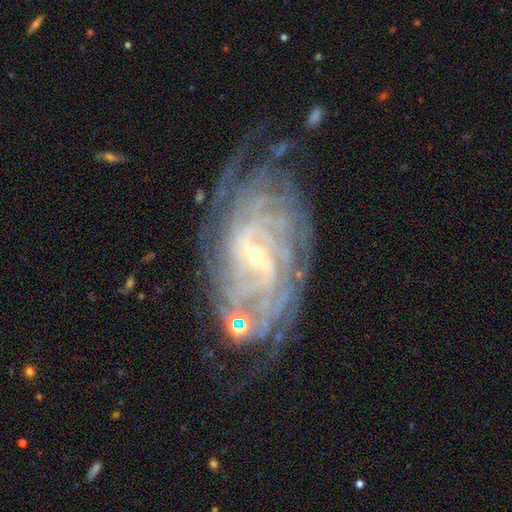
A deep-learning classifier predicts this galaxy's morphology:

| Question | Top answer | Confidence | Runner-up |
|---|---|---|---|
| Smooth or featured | featured or disk | 90% | star or artifact (6%) |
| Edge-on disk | no | 96% | yes (4%) |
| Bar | weak | 49% | strong (27%) |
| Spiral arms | yes | 98% | no (2%) |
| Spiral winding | tight | 78% | medium (18%) |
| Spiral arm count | can't tell | 26% | more than 4 (25%) |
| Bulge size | small | 78% | moderate (18%) |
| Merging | none | 64% | minor disturbance (21%) |